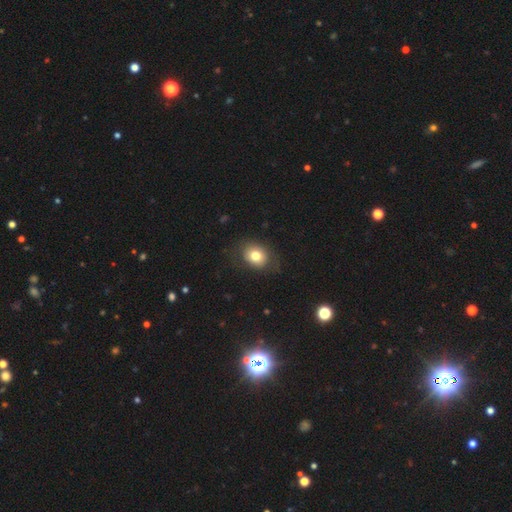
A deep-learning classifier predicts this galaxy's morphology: This is likely a smooth galaxy (77%). How rounded: possibly in between (51%). Merging: likely none (77%).